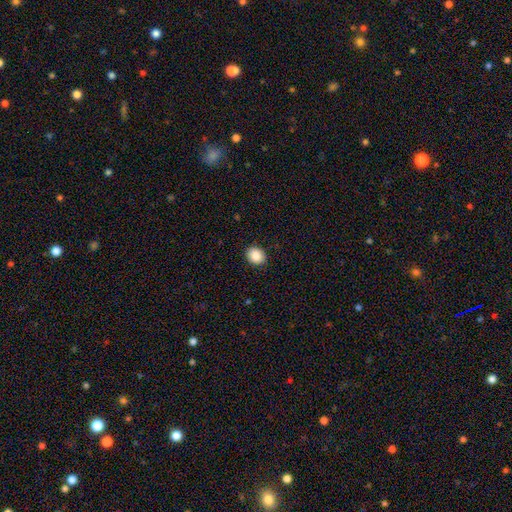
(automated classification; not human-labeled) Overall: smooth (86%). How rounded: round (63%; in between 36%). Merging: none (91%).